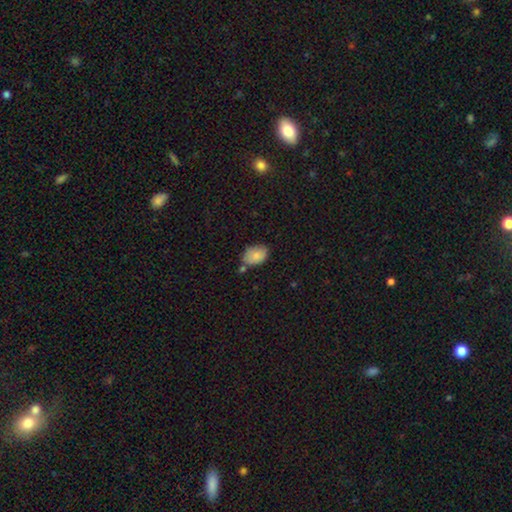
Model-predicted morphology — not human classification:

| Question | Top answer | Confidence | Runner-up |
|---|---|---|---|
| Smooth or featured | smooth | 85% | featured or disk (8%) |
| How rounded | in between | 84% | round (15%) |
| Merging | none | 62% | minor disturbance (23%) |